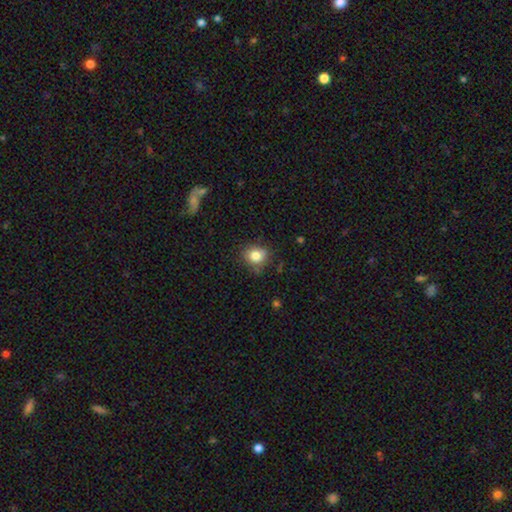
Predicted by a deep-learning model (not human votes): smooth 81%, star or artifact 11%, featured or disk 8%. Down the decision tree: how rounded — round (72%); merging — none (74%).